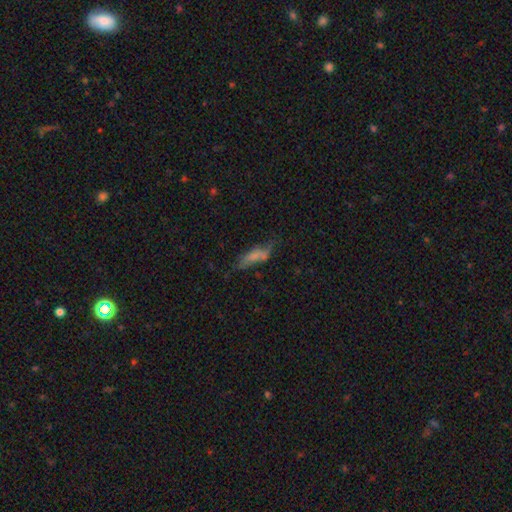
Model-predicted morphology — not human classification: A smooth galaxy with no disk features (59%) that is cigar-shaped (49%). Merging: none (42%).